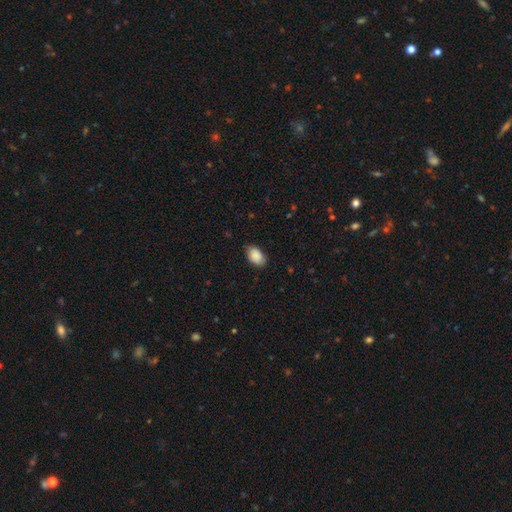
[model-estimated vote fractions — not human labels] This is clearly a smooth galaxy (89%). How rounded: clearly in between (88%). Merging: likely none (79%).